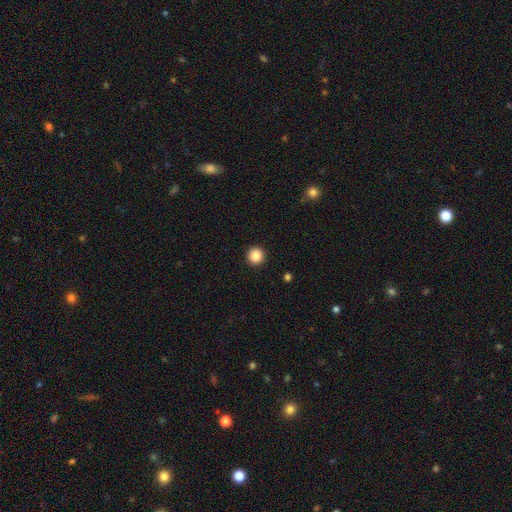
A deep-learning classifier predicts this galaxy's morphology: Overall: smooth (87%). How rounded: round (96%). Merging: none (93%).